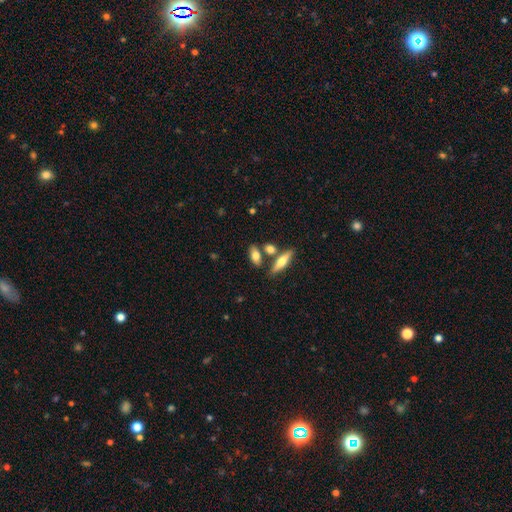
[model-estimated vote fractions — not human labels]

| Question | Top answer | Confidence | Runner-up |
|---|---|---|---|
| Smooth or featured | smooth | 70% | featured or disk (23%) |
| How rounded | in between | 74% | cigar-shaped (20%) |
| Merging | none | 65% | merger (20%) |